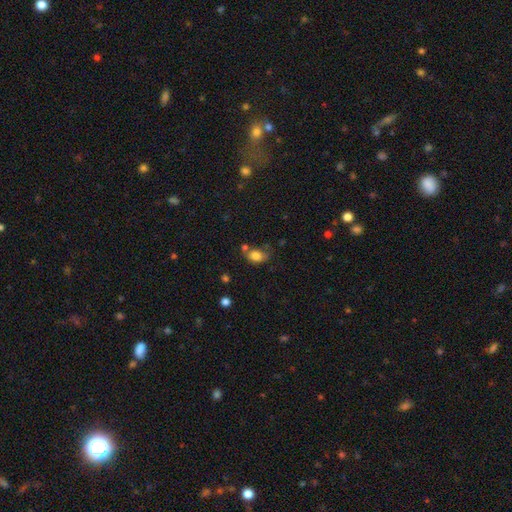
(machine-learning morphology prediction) smooth_or_featured: smooth (p=0.80) [alt: star or artifact p=0.10]
how_rounded: in between (p=0.78) [alt: round p=0.20]
merging: none (p=0.45) [alt: minor disturbance p=0.27]